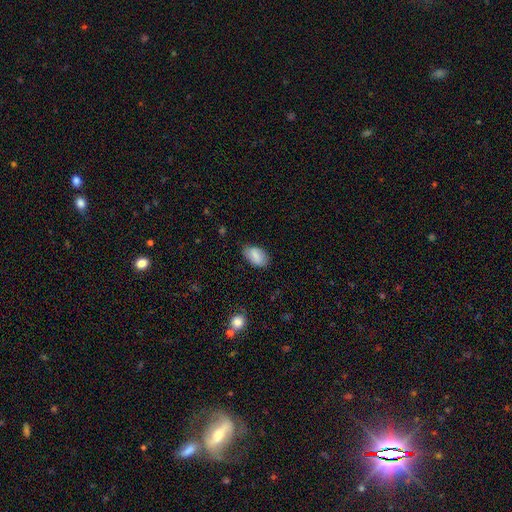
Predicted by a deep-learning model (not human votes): smooth-or-featured: smooth: 83% | featured or disk: 10% | star or artifact: 7%
  how-rounded: in between: 93% | round: 5% | cigar-shaped: 2%
  merging: none: 76% | minor disturbance: 19% | major disturbance: 4% | merger: 1%